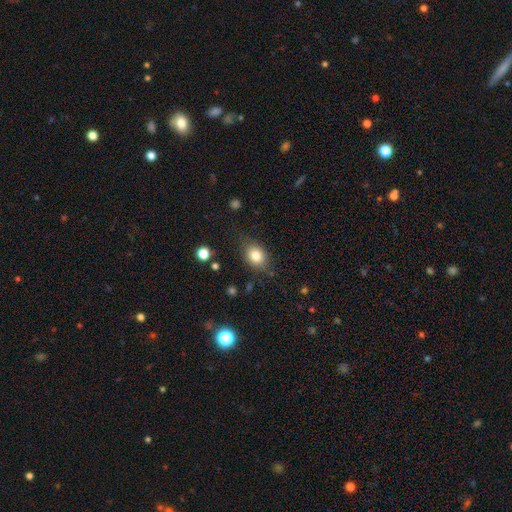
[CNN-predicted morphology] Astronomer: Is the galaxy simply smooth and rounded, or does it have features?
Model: smooth — 82%.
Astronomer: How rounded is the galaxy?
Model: in between — 60% (runner-up: round, 39%).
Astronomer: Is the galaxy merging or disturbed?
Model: none — 75%.